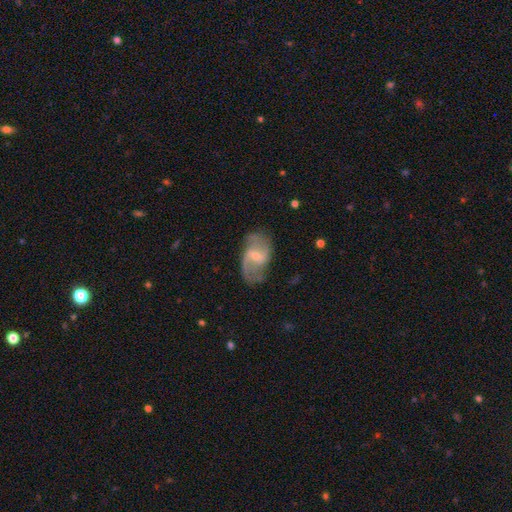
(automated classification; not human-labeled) A featured or disk galaxy (80%) with a weak bar (54%), 2 (81%) loose (49%) spiral arms (92%) and a small central bulge (61%).

Vote fractions:
- Smooth or featured? featured or disk: 80% / smooth: 14% / star or artifact: 6%
- Edge-on disk? no: 97% / yes: 3%
- Bar? weak: 54% / no: 26% / strong: 20%
- Spiral arms? yes: 92% / no: 8%
- Spiral winding? loose: 49% / medium: 40% / tight: 11%
- Spiral arm count? 2: 81% / can't tell: 8% / 1: 4% / 3: 4% / 4: 1% / more than 4: 1%
- Bulge size? small: 61% / moderate: 34% / none: 3% / large: 1% / dominant: 1%
- Merging? none: 67% / minor disturbance: 21% / major disturbance: 11% / merger: 2%